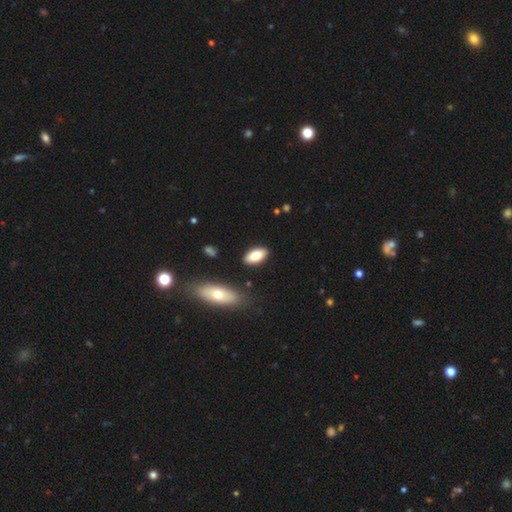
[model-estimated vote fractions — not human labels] smooth_or_featured: smooth (p=0.79) [alt: featured or disk p=0.14]
how_rounded: in between (p=0.88) [alt: cigar-shaped p=0.08]
merging: none (p=0.85) [alt: minor disturbance p=0.10]